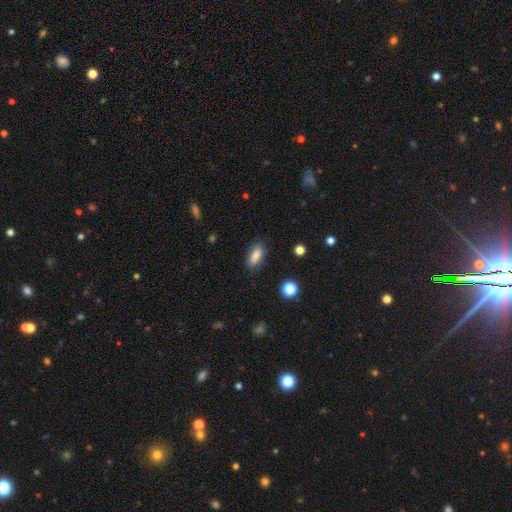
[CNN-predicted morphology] This appears to be a smooth galaxy with no disk features (82%) that is in between round and cigar-shaped (80%). Merging: none (80%).